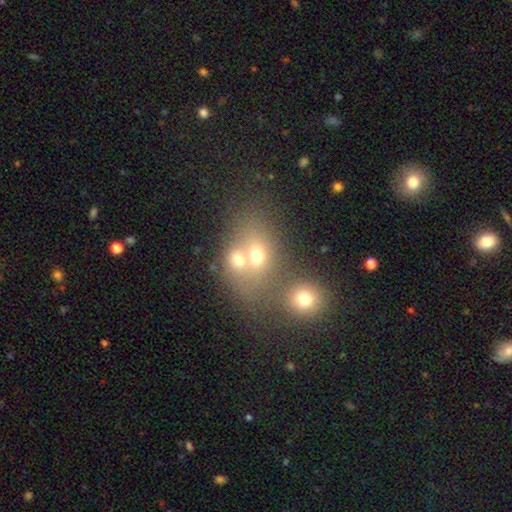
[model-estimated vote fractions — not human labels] Morphology: type=smooth (65%); roundness=round (56%); merging=merger (57%).